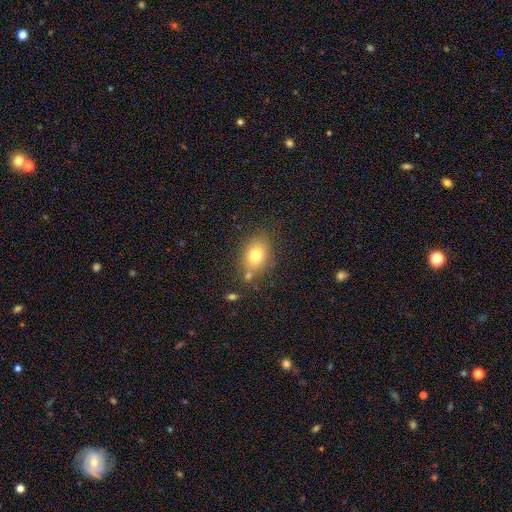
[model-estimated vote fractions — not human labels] This is likely a smooth galaxy (76%). How rounded: likely in between (61%). Merging: likely none (70%).